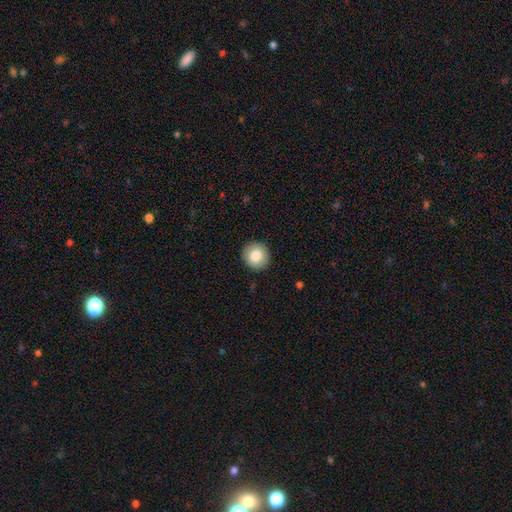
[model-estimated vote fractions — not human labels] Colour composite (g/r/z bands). It shows a smooth galaxy with no disk features (83%) that is round (92%). Merging: none (92%).